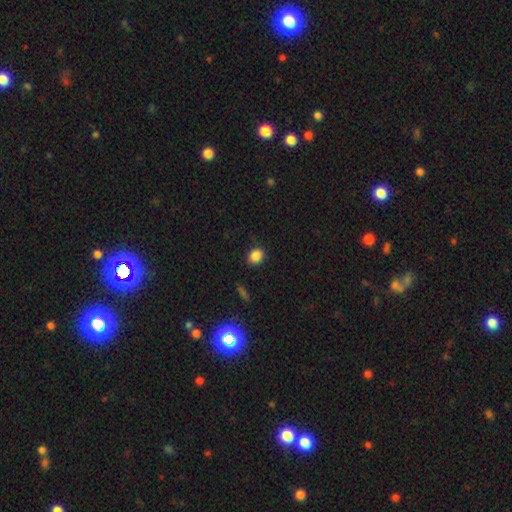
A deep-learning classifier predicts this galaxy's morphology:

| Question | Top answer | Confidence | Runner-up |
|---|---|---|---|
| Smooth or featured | smooth | 85% | star or artifact (11%) |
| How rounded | in between | 54% | round (44%) |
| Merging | none | 87% | minor disturbance (9%) |